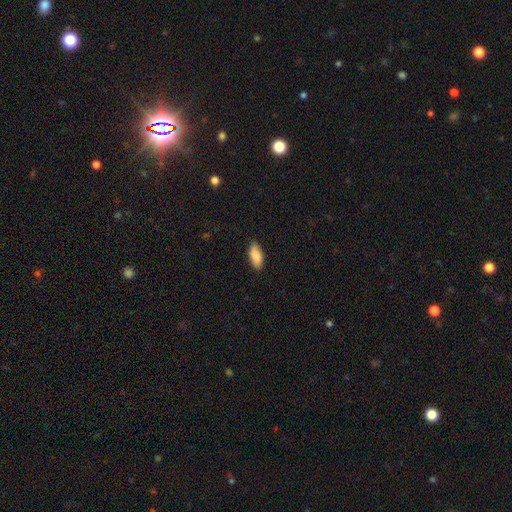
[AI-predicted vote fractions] Smooth or featured?
  - smooth: 84% *
  - featured or disk: 9%
  - star or artifact: 6%
How rounded?
  - in between: 86% *
  - cigar-shaped: 12%
  - round: 2%
Merging?
  - none: 87% *
  - minor disturbance: 10%
  - major disturbance: 2%
  - merger: 1%